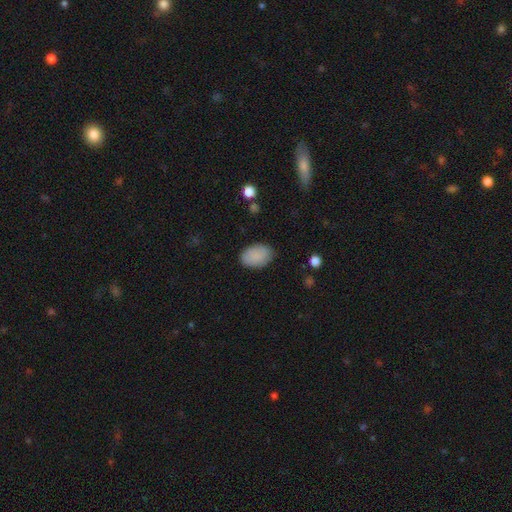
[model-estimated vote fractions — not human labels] This appears to be a smooth galaxy with no disk features (89%) that is in between round and cigar-shaped (89%). Merging: none (83%).